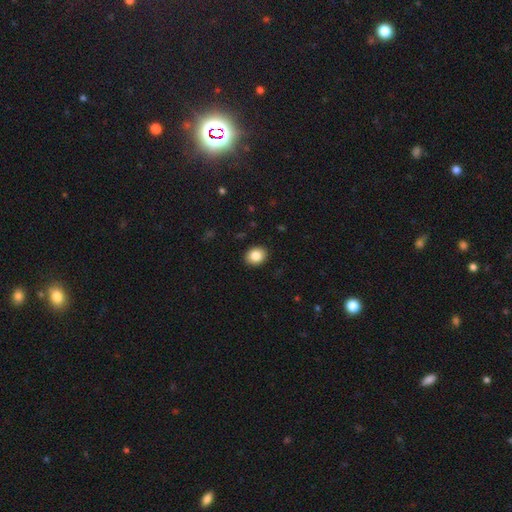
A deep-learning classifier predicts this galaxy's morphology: This appears to be a smooth galaxy with no disk features (85%) that is round (52%). Merging: none (91%).